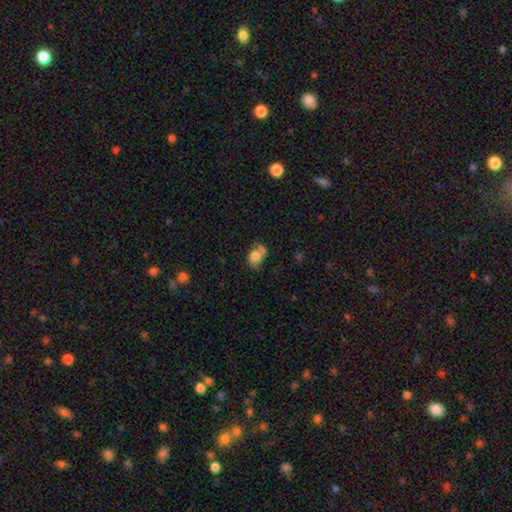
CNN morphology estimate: Smooth or featured: smooth — 71% (featured or disk — 20%)
How rounded: in between — 71% (round — 28%)
Merging: none — 42% (minor disturbance — 28%)